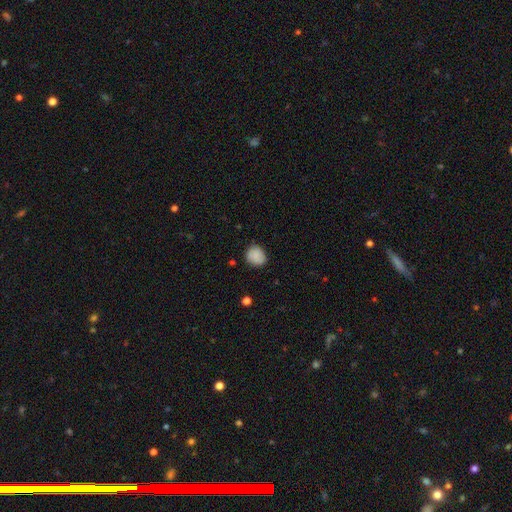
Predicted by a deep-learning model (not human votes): smooth 83%, featured or disk 9%, star or artifact 8%. Down the decision tree: how rounded — round (70%); merging — none (77%).